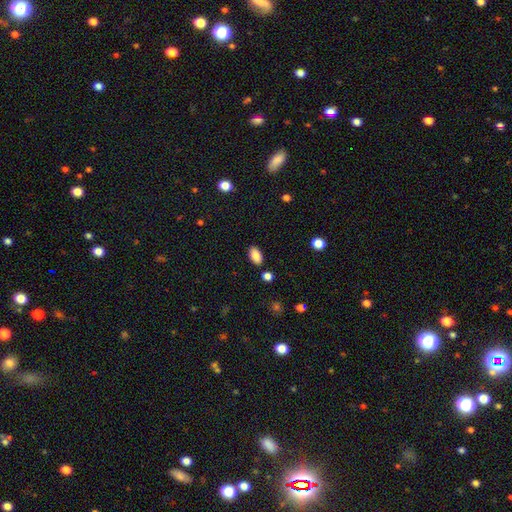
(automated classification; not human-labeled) Smooth or featured? Predicted: smooth (p=0.87). How rounded? Predicted: in between (p=0.93). Merging? Predicted: none (p=0.85).